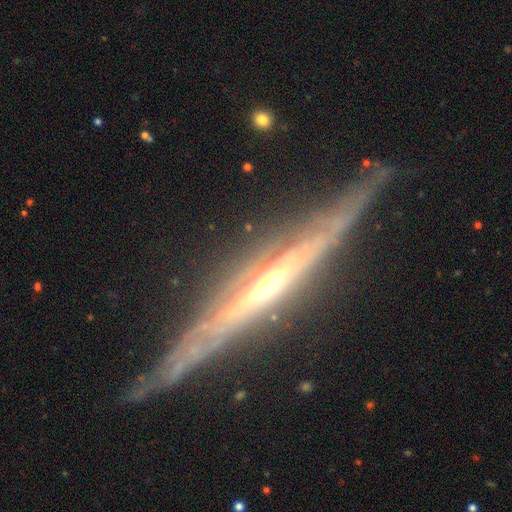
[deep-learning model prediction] A featured or disk galaxy (88%) viewed edge-on (90%) with a rounded central bulge (70%). Merging: none (75%).